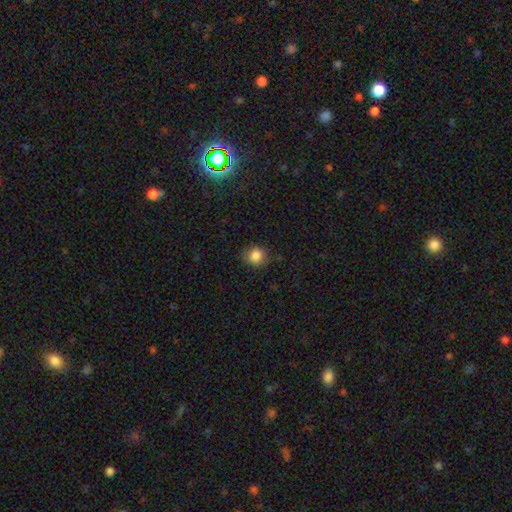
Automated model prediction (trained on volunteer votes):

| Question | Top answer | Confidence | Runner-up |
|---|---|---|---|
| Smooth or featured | smooth | 85% | star or artifact (10%) |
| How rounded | round | 82% | in between (17%) |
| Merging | none | 80% | minor disturbance (15%) |